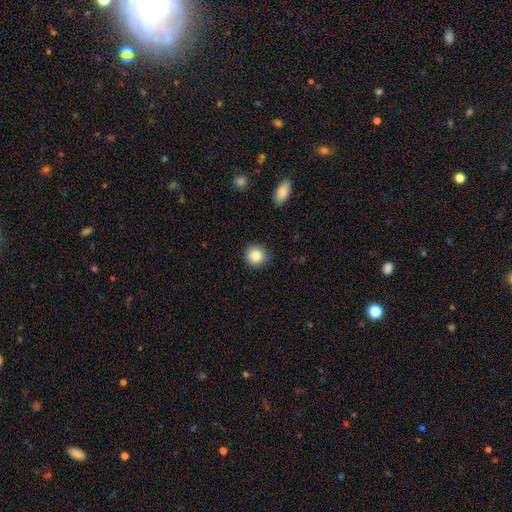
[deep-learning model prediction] smooth_or_featured: smooth (p=0.86) [alt: star or artifact p=0.09]
how_rounded: round (p=0.92) [alt: in between p=0.07]
merging: none (p=0.90) [alt: minor disturbance p=0.07]